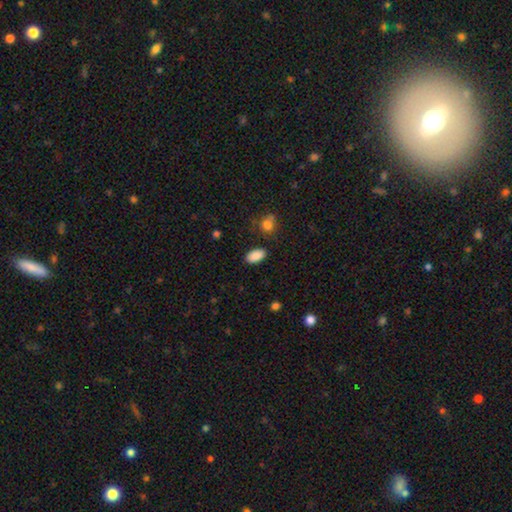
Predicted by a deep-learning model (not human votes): smooth_or_featured: smooth (p=0.89) [alt: star or artifact p=0.08]
how_rounded: in between (p=0.93) [alt: round p=0.05]
merging: none (p=0.86) [alt: minor disturbance p=0.10]